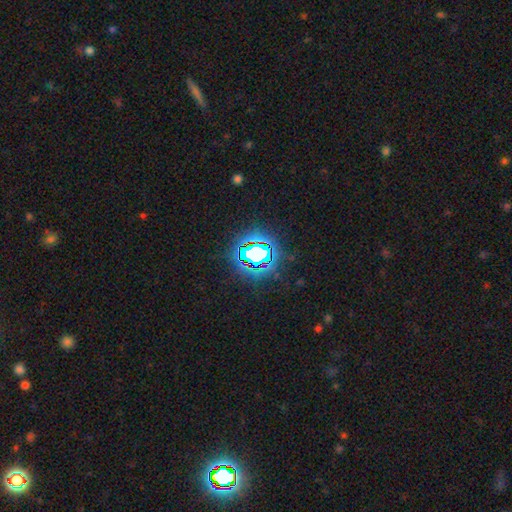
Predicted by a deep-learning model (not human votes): smooth_or_featured: star or artifact (p=0.82) [alt: smooth p=0.11]